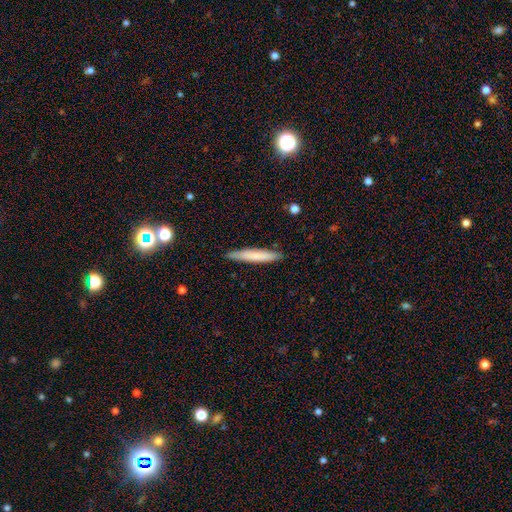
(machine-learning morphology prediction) Smooth or featured: smooth — 72% (featured or disk — 22%)
How rounded: cigar-shaped — 93% (in between — 6%)
Merging: none — 87% (minor disturbance — 10%)